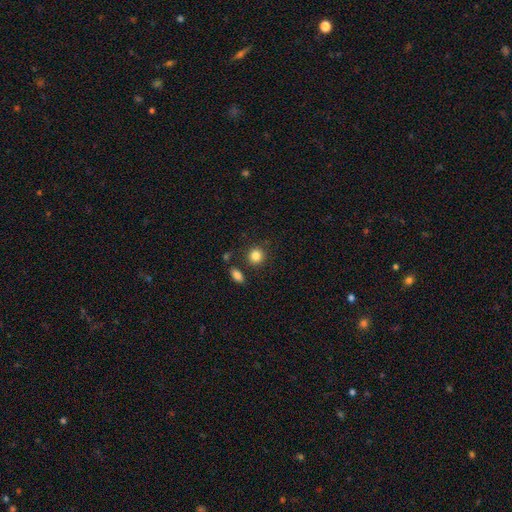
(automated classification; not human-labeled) smooth_or_featured: smooth (p=0.84) [alt: star or artifact p=0.10]
how_rounded: round (p=0.87) [alt: in between p=0.12]
merging: none (p=0.81) [alt: minor disturbance p=0.09]